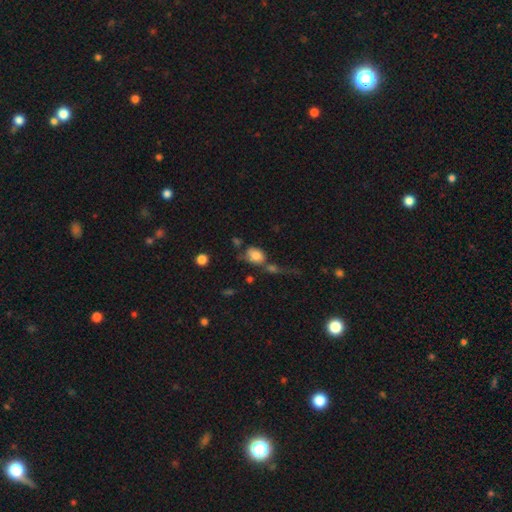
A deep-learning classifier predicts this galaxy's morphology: This is likely a smooth galaxy (76%). How rounded: likely in between (66%). Merging: marginally none (33%).